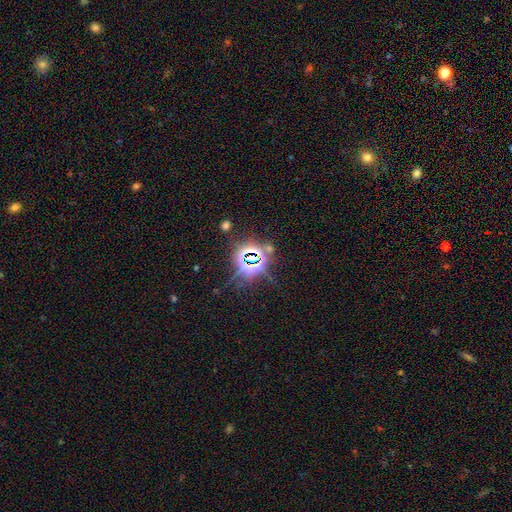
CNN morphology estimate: Smooth or featured?
  - star or artifact: 83% *
  - smooth: 9%
  - featured or disk: 8%